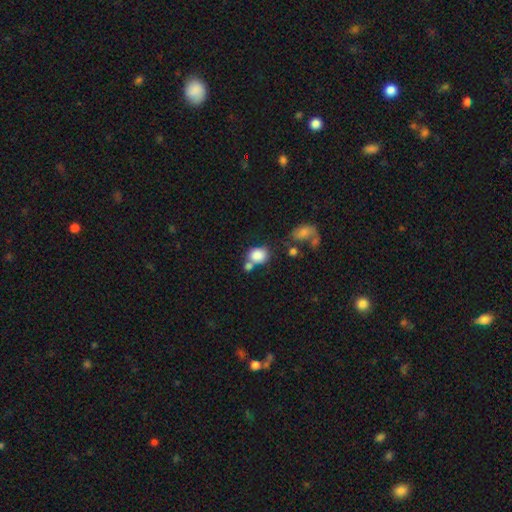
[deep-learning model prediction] Smooth or featured: smooth — 83% (star or artifact — 9%)
How rounded: round — 57% (in between — 42%)
Merging: none — 41% (merger — 38%)